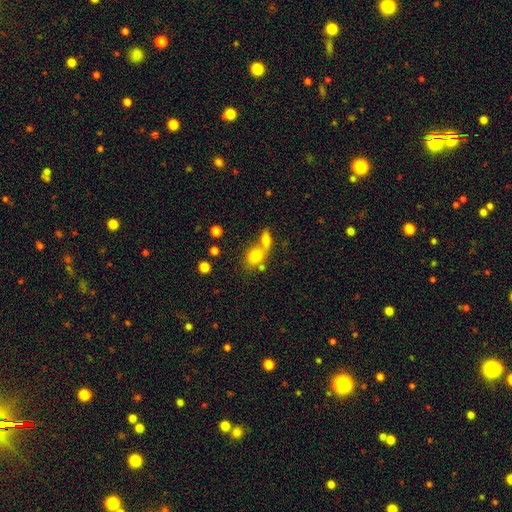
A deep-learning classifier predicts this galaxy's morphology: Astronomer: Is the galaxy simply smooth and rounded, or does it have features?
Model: smooth — 78%.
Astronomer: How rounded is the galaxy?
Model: round — 52% (runner-up: in between, 46%).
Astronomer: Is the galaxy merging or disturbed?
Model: merger — 50% (runner-up: none, 37%).